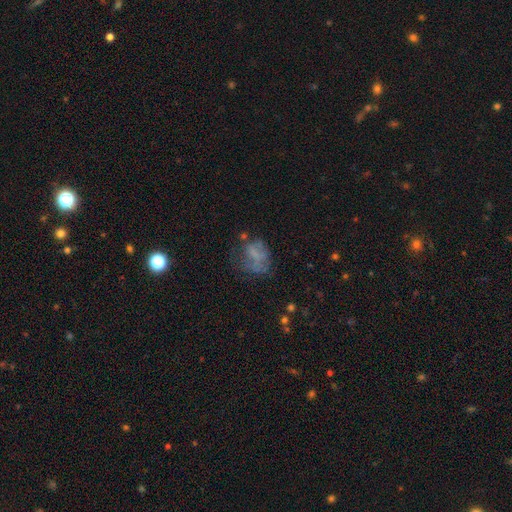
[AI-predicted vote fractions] This is possibly a smooth galaxy (45%). Merging: marginally none (41%).